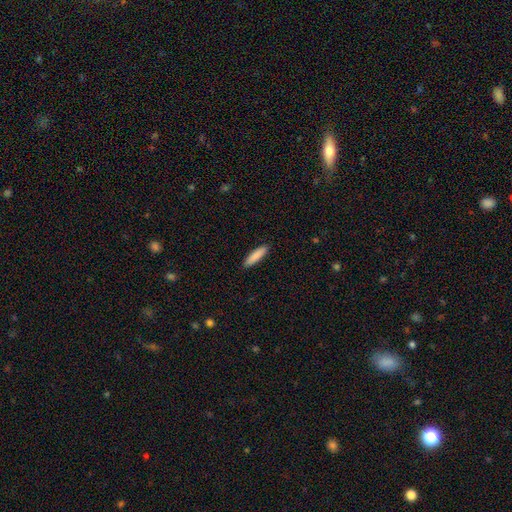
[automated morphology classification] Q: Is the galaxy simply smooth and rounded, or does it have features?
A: smooth — 87%.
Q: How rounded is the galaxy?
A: cigar-shaped — 77%.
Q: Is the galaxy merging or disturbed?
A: none — 91%.